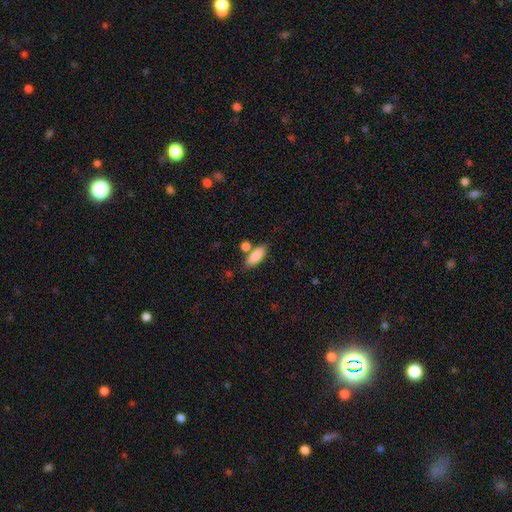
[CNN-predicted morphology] Smooth or featured? smooth (87%)
How rounded? in between (79%)
Merging? none (67%)